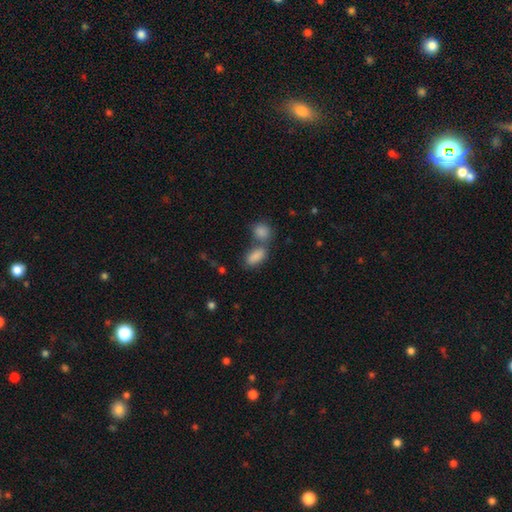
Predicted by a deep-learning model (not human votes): smooth 83%, star or artifact 10%, featured or disk 7%. Down the decision tree: how rounded — in between (87%); merging — none (43%).